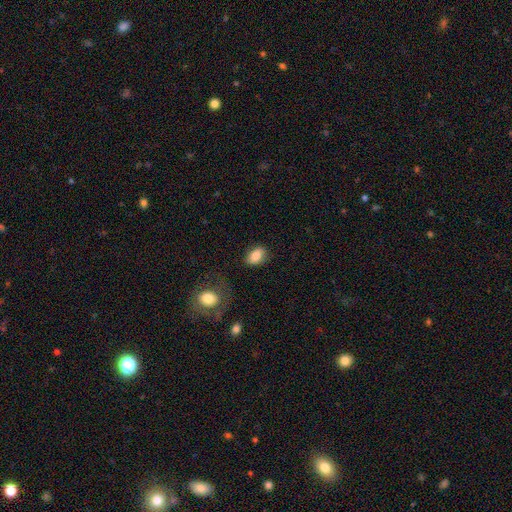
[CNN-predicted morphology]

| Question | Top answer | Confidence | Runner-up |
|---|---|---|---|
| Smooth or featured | smooth | 82% | featured or disk (10%) |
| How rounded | in between | 83% | round (15%) |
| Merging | none | 79% | minor disturbance (15%) |